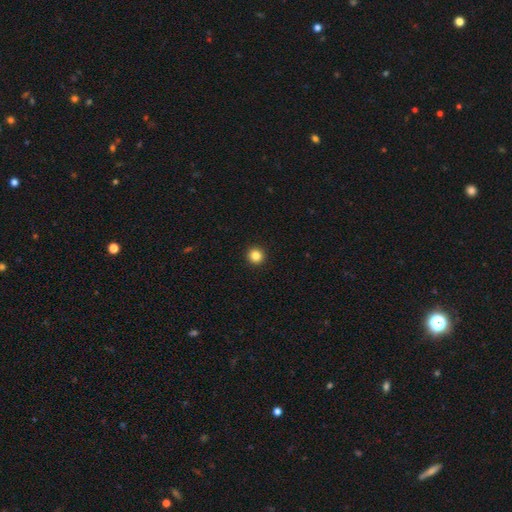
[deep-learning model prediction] smooth-or-featured: smooth: 85% | star or artifact: 11% | featured or disk: 4%
  how-rounded: round: 95% | in between: 4% | cigar-shaped: 1%
  merging: none: 94% | minor disturbance: 4% | major disturbance: 1% | merger: 1%